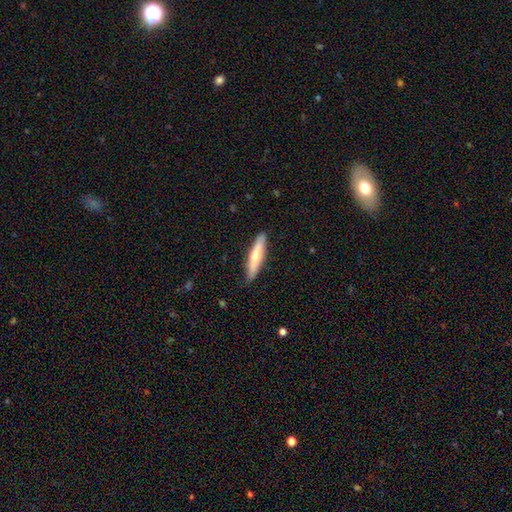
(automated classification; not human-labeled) Overall: smooth (57%; featured or disk 38%). How rounded: cigar-shaped (85%). Merging: none (88%).